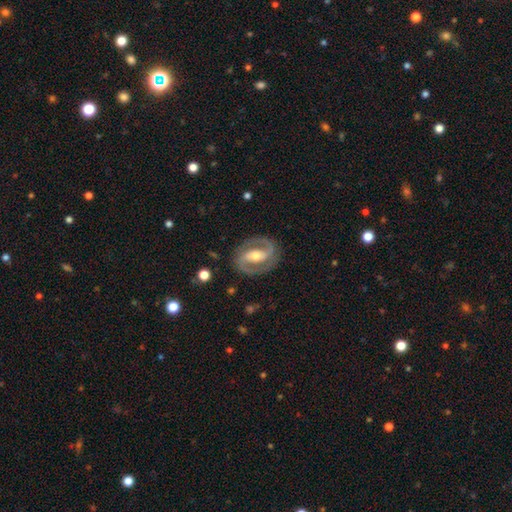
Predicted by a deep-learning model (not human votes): Smooth or featured: featured or disk — 89% (smooth — 6%)
Edge-on disk: no — 97% (yes — 3%)
Bar: strong — 49% (weak — 33%)
Spiral arms: yes — 95% (no — 5%)
Spiral winding: medium — 54% (tight — 34%)
Spiral arm count: 2 — 93% (can't tell — 2%)
Bulge size: moderate — 67% (small — 23%)
Merging: none — 86% (minor disturbance — 10%)